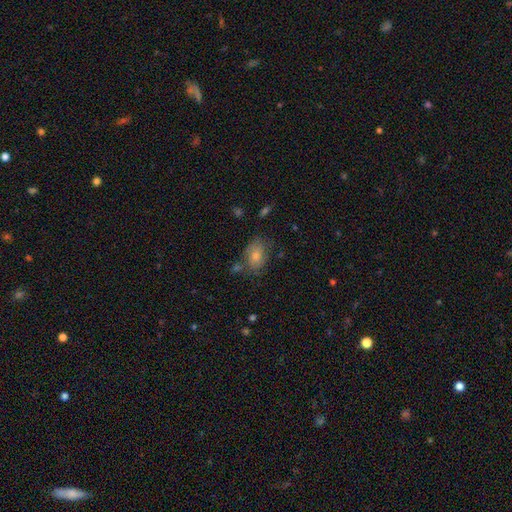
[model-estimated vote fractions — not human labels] A smooth galaxy with no disk features (52%) that is in between round and cigar-shaped (75%).

Vote fractions:
- Smooth or featured? smooth: 52% / featured or disk: 29% / star or artifact: 18%
- How rounded? in between: 75% / round: 23% / cigar-shaped: 2%
- Merging? none: 69% / minor disturbance: 19% / major disturbance: 6% / merger: 6%